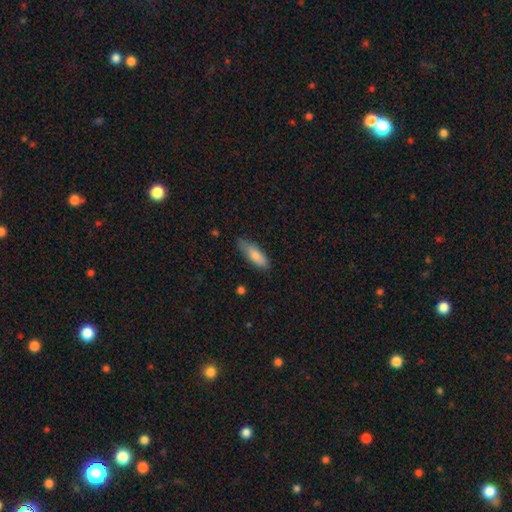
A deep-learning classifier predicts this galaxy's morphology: Smooth or featured: smooth — 83% (featured or disk — 11%)
How rounded: in between — 54% (cigar-shaped — 45%)
Merging: none — 71% (minor disturbance — 24%)